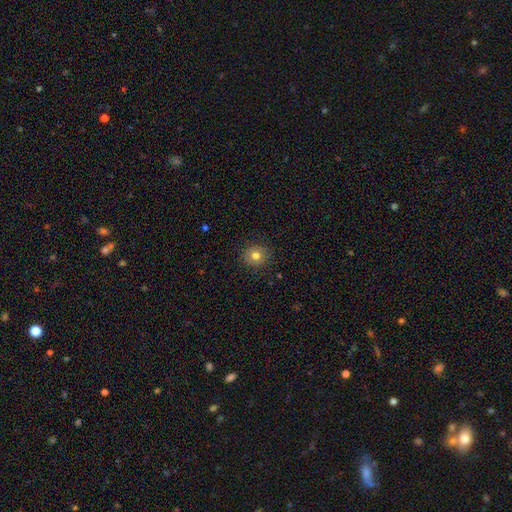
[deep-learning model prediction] smooth_or_featured: smooth (p=0.76) [alt: featured or disk p=0.12]
how_rounded: round (p=0.83) [alt: in between p=0.17]
merging: none (p=0.87) [alt: minor disturbance p=0.09]